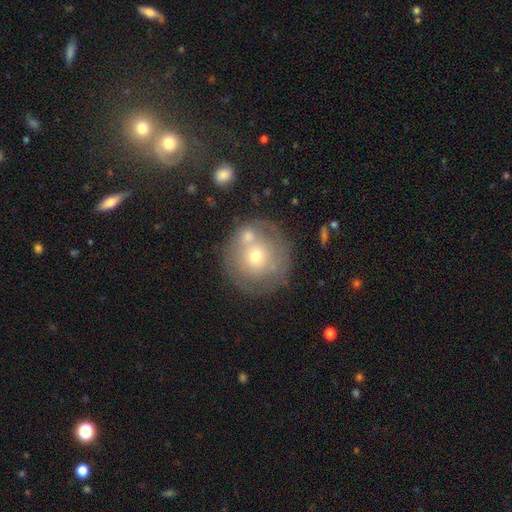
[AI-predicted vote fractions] Morphology: type=smooth (51%); roundness=round (93%); merging=none (62%).